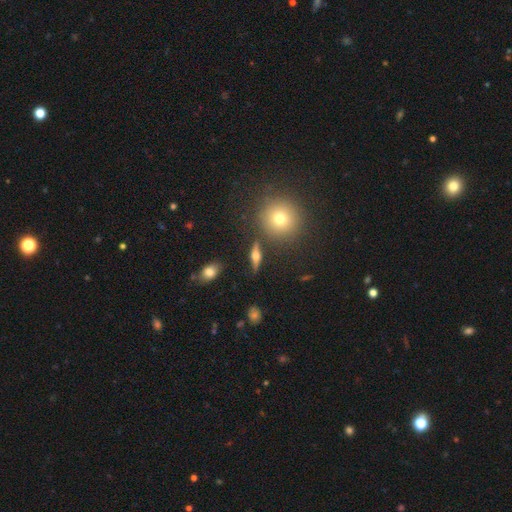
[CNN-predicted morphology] Overall: featured or disk (63%; smooth 27%). Edge-on disk: yes (90%). Edge-on bulge: rounded (94%). Merging: none (84%).